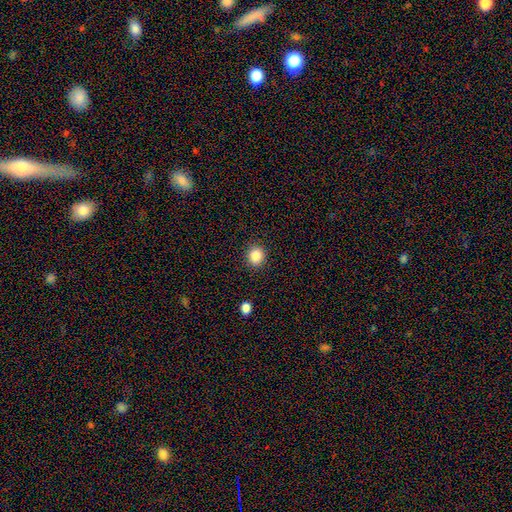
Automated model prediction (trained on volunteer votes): A smooth galaxy with no disk features (86%) that is round (79%). Merging: none (90%).